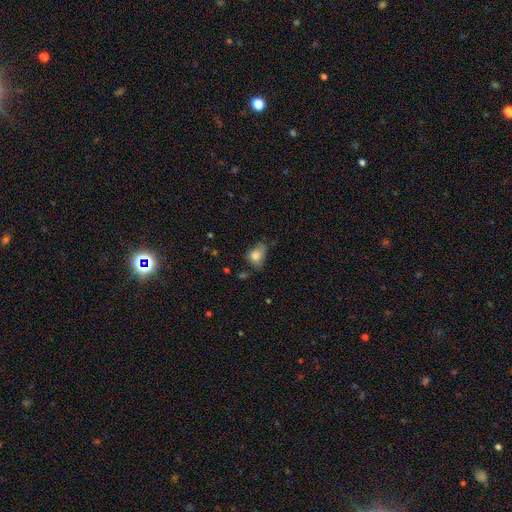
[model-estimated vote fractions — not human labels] smooth 77%, featured or disk 14%, star or artifact 10%. Down the decision tree: how rounded — in between (70%); merging — minor disturbance (40%).